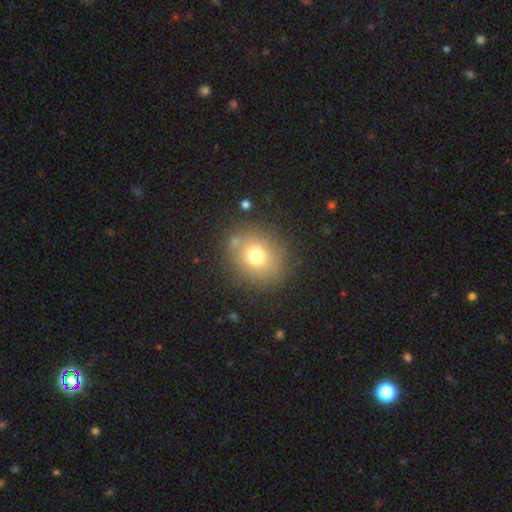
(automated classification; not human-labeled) Smooth or featured? smooth (72%)
How rounded? round (64%)
Merging? none (82%)